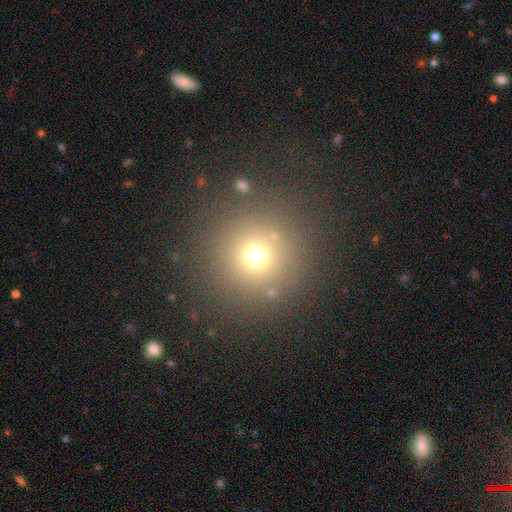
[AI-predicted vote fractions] smooth_or_featured: smooth (p=0.69) [alt: star or artifact p=0.22]
how_rounded: round (p=0.95) [alt: in between p=0.04]
merging: none (p=0.85) [alt: minor disturbance p=0.07]